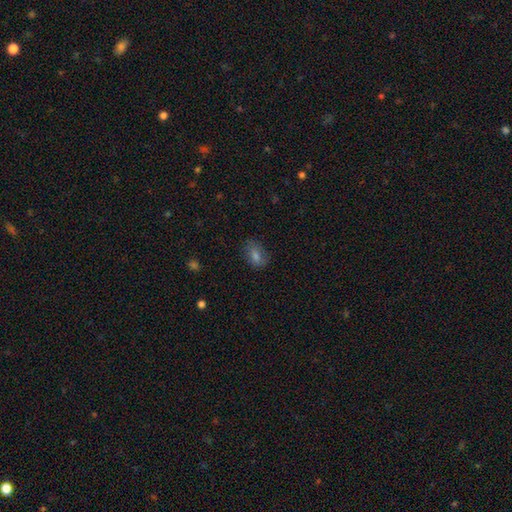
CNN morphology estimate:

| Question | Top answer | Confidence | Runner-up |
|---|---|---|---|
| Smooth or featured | smooth | 70% | star or artifact (16%) |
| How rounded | in between | 77% | round (20%) |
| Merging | none | 76% | minor disturbance (18%) |